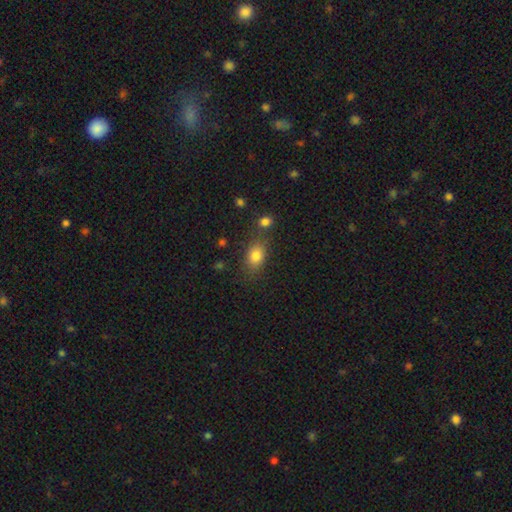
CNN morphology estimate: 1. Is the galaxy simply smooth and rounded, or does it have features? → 81% smooth, 11% star or artifact, 8% featured or disk.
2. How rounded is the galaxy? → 72% in between, 26% round, 2% cigar-shaped.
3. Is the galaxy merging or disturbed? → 71% none, 15% minor disturbance, 9% merger, 5% major disturbance.